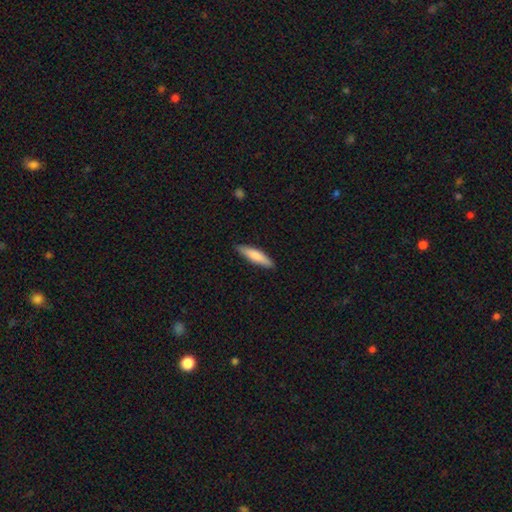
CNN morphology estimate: smooth 76%, featured or disk 19%, star or artifact 5%. Down the decision tree: how rounded — cigar-shaped (78%); merging — none (87%).